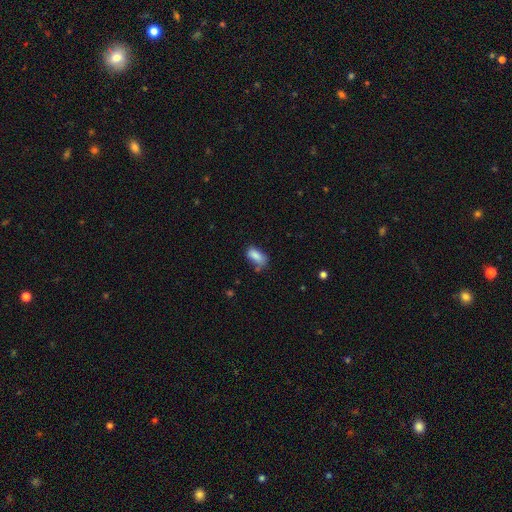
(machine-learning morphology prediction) type=smooth (85%); roundness=in between (89%); merging=none (54%).